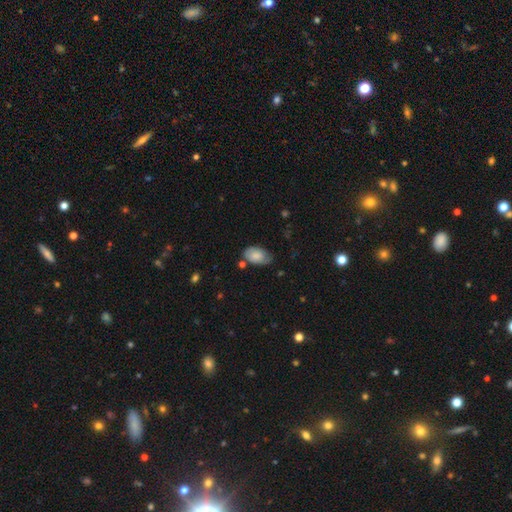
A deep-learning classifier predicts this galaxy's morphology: This appears to be a smooth galaxy with no disk features (77%) that is in between round and cigar-shaped (93%). Merging: none (64%).